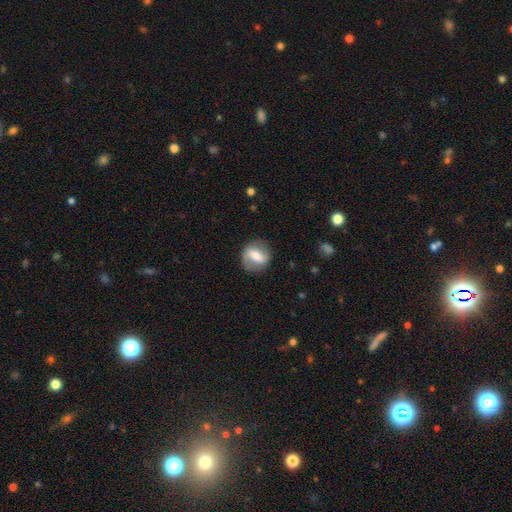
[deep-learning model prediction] smooth 48%, featured or disk 45%, star or artifact 7%. Down the decision tree: merging — none (79%).